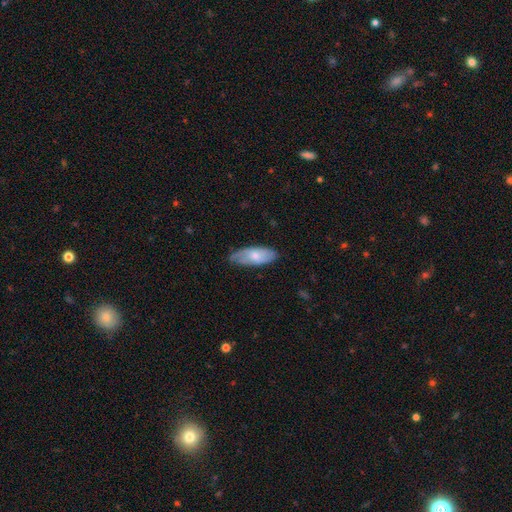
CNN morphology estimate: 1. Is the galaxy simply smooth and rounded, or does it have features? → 62% smooth, 32% featured or disk, 6% star or artifact.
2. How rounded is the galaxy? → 82% in between, 15% cigar-shaped, 2% round.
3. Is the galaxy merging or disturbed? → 61% none, 31% minor disturbance, 7% major disturbance, 1% merger.